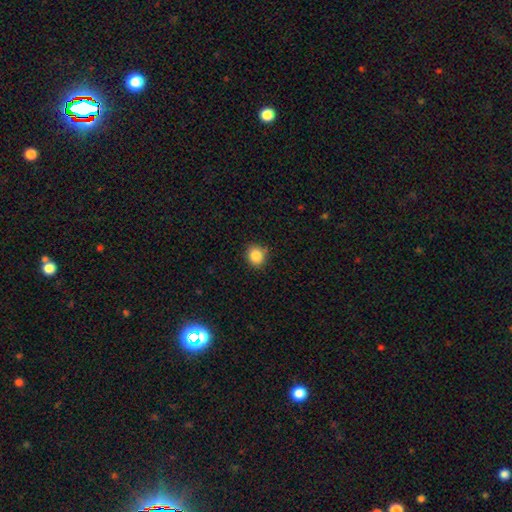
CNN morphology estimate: smooth 86%, star or artifact 10%, featured or disk 4%. Down the decision tree: how rounded — round (78%); merging — none (87%).